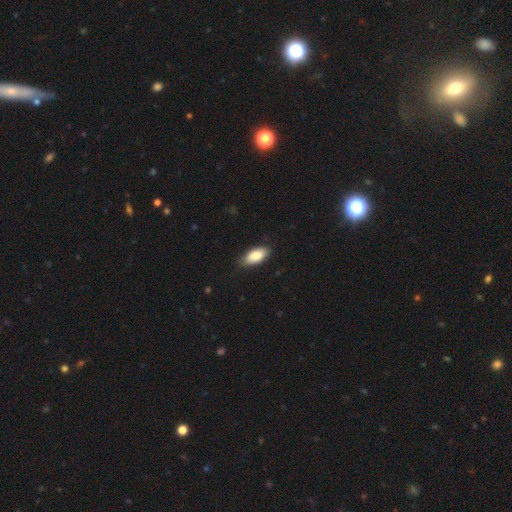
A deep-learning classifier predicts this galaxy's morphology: This appears to be a smooth galaxy with no disk features (87%) that is in between round and cigar-shaped (90%). Merging: none (79%).